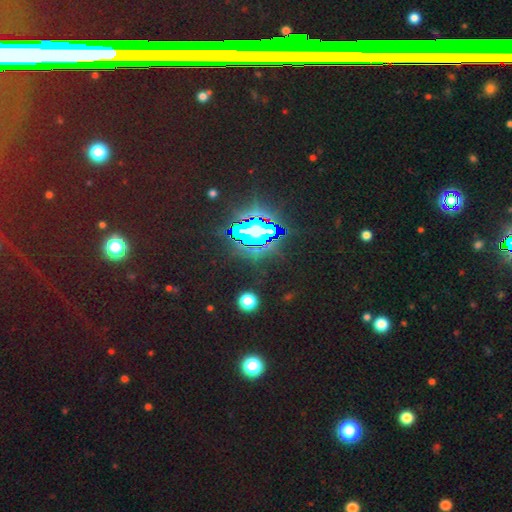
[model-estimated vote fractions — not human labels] The model was most divided on "smooth or featured": star or artifact: 76%, smooth: 14%, featured or disk: 10%.